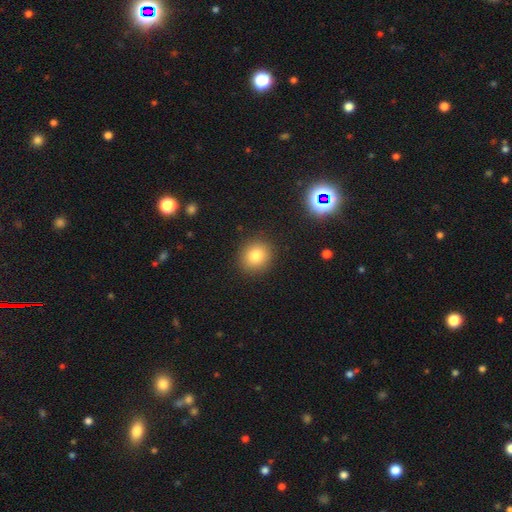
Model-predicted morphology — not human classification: A smooth galaxy with no disk features (81%) that is round (80%). Merging: none (90%).